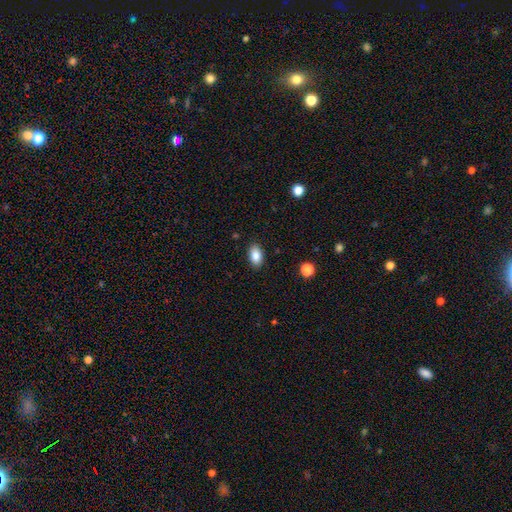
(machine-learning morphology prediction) This appears to be a smooth galaxy with no disk features (85%) that is in between round and cigar-shaped (91%). Merging: none (88%).